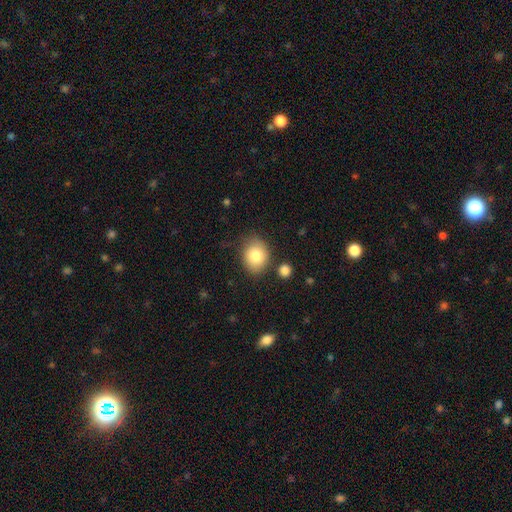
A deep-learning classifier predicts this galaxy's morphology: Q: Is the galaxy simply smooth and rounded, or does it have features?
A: smooth — 82%.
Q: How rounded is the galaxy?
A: round — 53%.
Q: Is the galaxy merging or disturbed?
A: none — 74%.